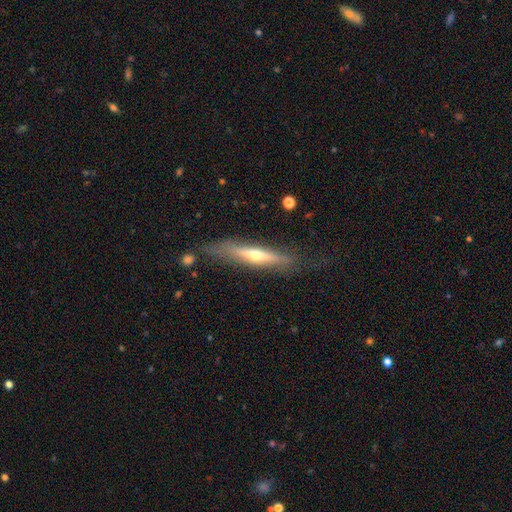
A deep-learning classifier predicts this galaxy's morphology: Smooth or featured? Predicted: featured or disk (p=0.63). Edge-on disk? Predicted: yes (p=0.90). Edge-on bulge? Predicted: rounded (p=0.82). Merging? Predicted: none (p=0.71).